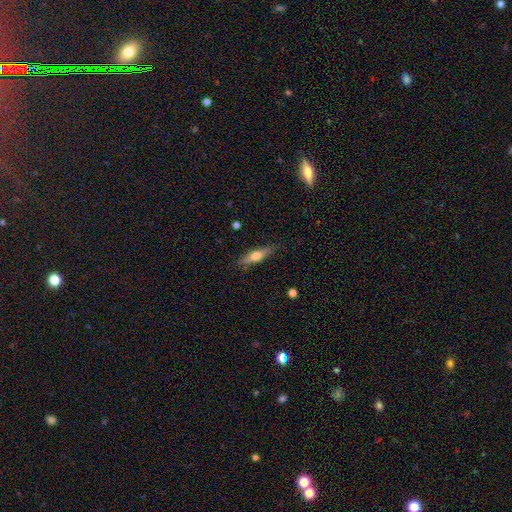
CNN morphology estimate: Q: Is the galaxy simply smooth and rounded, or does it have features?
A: smooth — 51%.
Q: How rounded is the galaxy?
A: cigar-shaped — 67%.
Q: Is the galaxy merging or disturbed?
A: none — 84%.